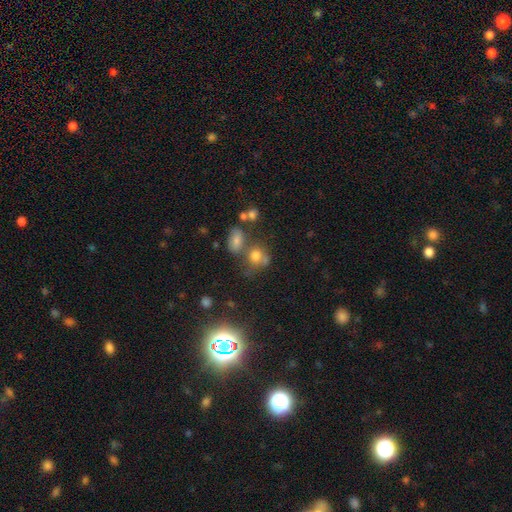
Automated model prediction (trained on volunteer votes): A smooth galaxy with no disk features (59%) that is round (64%). Merging: none (48%).